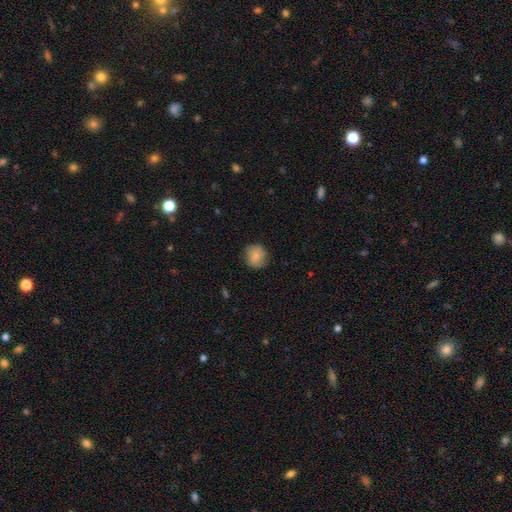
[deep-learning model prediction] Smooth or featured: smooth — 81% (featured or disk — 12%)
How rounded: round — 86% (in between — 13%)
Merging: none — 76% (minor disturbance — 18%)